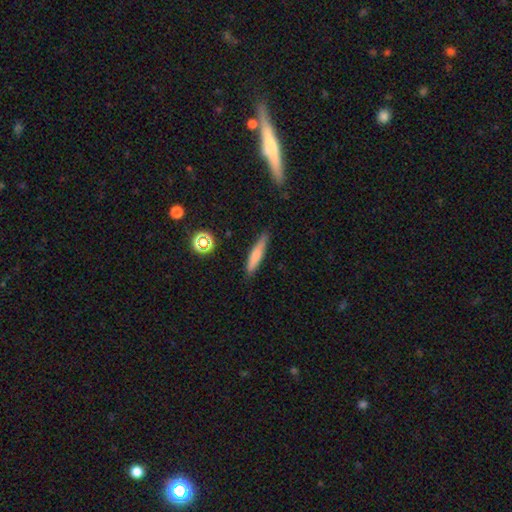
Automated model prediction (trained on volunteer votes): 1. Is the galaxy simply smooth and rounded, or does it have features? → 72% smooth, 20% featured or disk, 8% star or artifact.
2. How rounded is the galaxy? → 87% cigar-shaped, 11% in between, 2% round.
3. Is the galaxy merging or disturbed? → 83% none, 13% minor disturbance, 2% major disturbance, 2% merger.